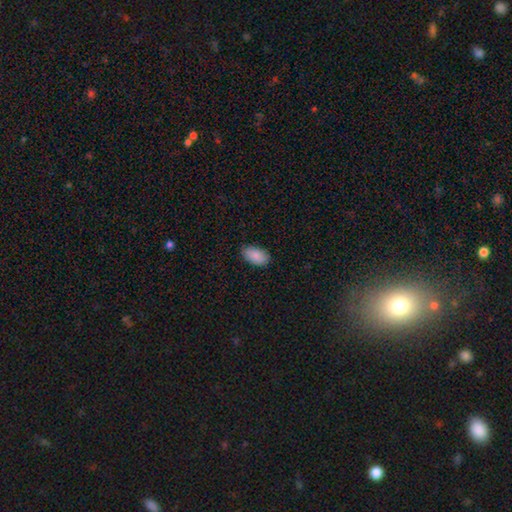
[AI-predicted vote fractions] This is clearly a smooth galaxy (89%). How rounded: clearly in between (94%). Merging: clearly none (85%).